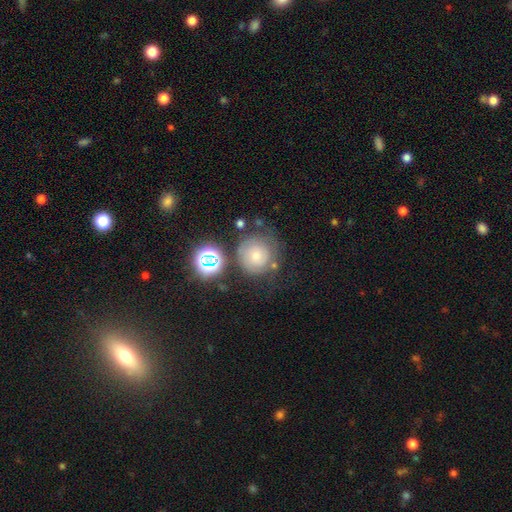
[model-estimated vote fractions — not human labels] The model was most divided on "smooth or featured": smooth: 50%, featured or disk: 35%, star or artifact: 15%. More confident: how rounded — round (91%); merging — none (63%).